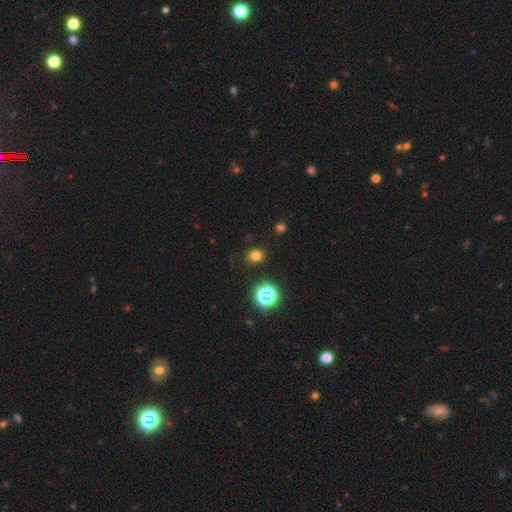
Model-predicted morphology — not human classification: Smooth or featured?
  - smooth: 74% *
  - star or artifact: 21%
  - featured or disk: 6%
How rounded?
  - round: 83% *
  - in between: 17%
  - cigar-shaped: 1%
Merging?
  - none: 88% *
  - minor disturbance: 7%
  - major disturbance: 3%
  - merger: 2%